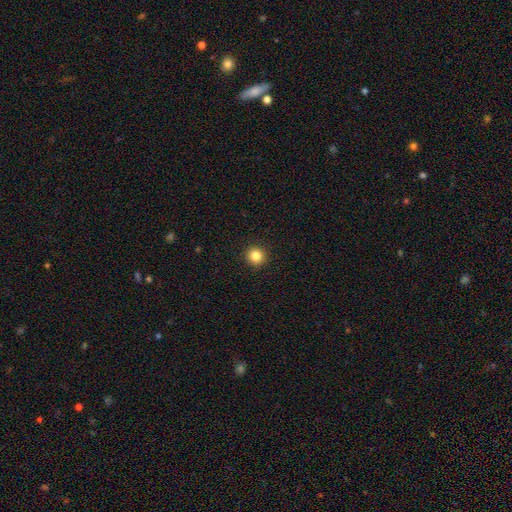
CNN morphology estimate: A smooth galaxy with no disk features (84%) that is round (95%). Merging: none (93%).